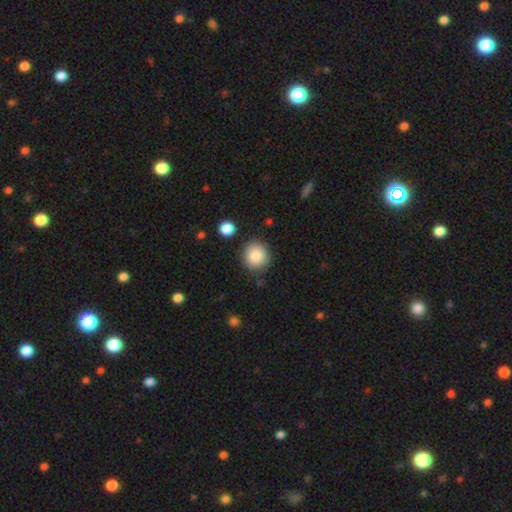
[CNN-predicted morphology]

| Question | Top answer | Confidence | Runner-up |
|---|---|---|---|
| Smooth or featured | smooth | 87% | star or artifact (8%) |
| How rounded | round | 92% | in between (7%) |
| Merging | none | 86% | minor disturbance (9%) |